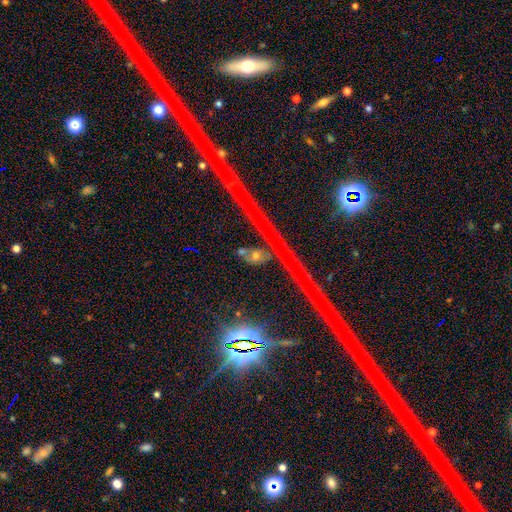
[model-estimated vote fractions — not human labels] Smooth or featured? Predicted: star or artifact (p=0.61).